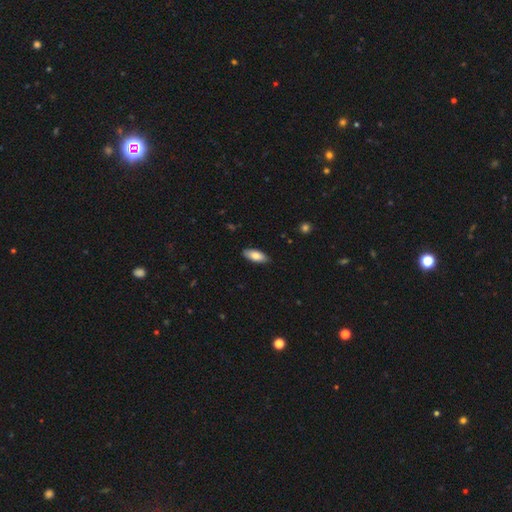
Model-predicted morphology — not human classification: Q: Smooth or featured?
A: smooth (81%); runner-up: featured or disk (14%)
Q: How rounded?
A: in between (83%); runner-up: cigar-shaped (15%)
Q: Merging?
A: none (87%); runner-up: minor disturbance (11%)